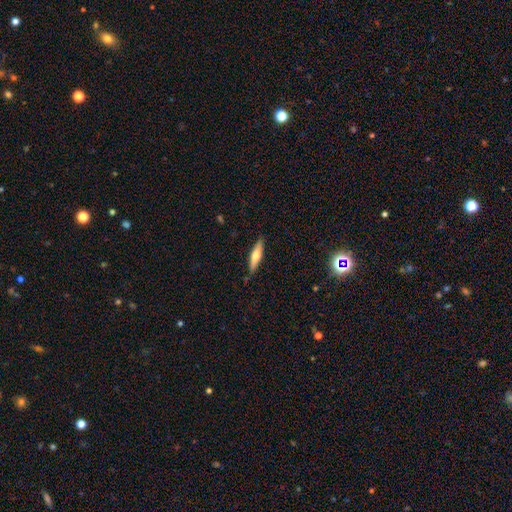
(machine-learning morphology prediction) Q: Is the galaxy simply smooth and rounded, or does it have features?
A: smooth — 50%.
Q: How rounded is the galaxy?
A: cigar-shaped — 76%.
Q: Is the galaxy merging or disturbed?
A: none — 87%.